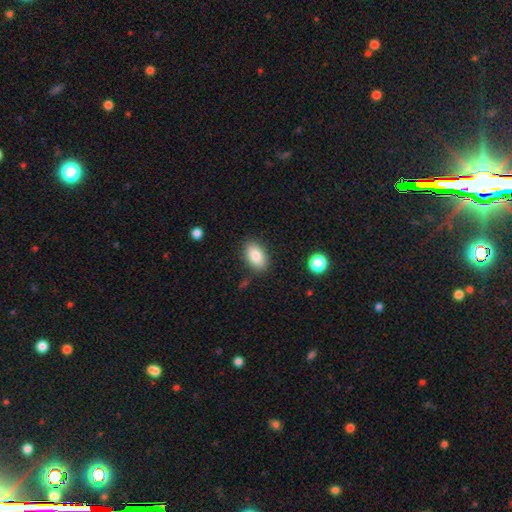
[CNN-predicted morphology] Smooth or featured? Predicted: smooth (p=0.85). How rounded? Predicted: in between (p=0.91). Merging? Predicted: none (p=0.85).